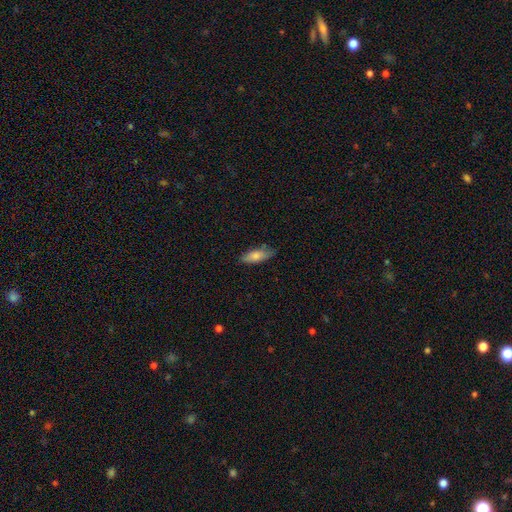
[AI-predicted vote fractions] The model was most divided on "how rounded": in between: 67%, cigar-shaped: 31%, round: 2%. More confident: smooth or featured — smooth (79%); merging — none (75%).